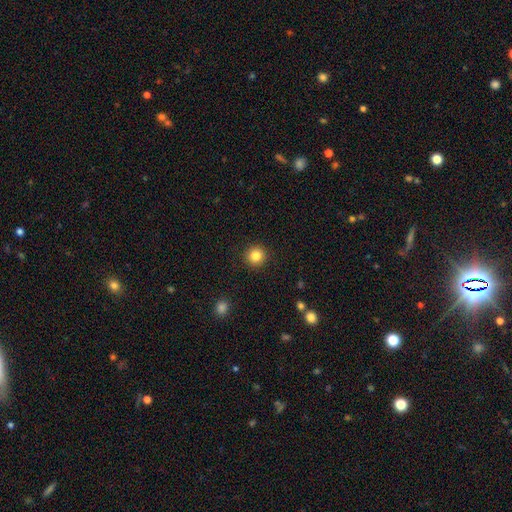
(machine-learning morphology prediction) type=smooth (84%); roundness=round (94%); merging=none (92%).